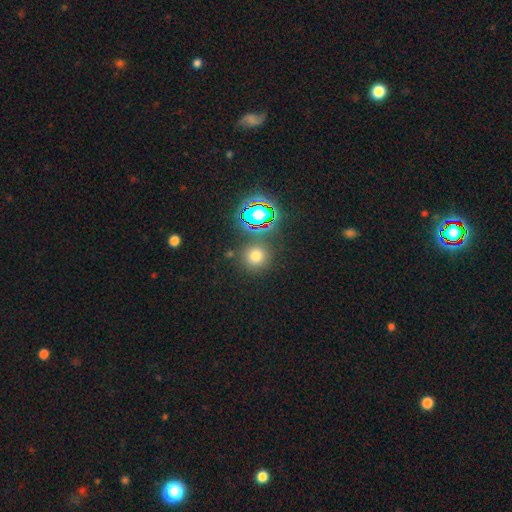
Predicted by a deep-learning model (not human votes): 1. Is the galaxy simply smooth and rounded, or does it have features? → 65% smooth, 27% star or artifact, 8% featured or disk.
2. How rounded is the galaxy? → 92% round, 7% in between, 1% cigar-shaped.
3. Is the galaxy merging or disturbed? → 82% none, 8% minor disturbance, 6% merger, 3% major disturbance.